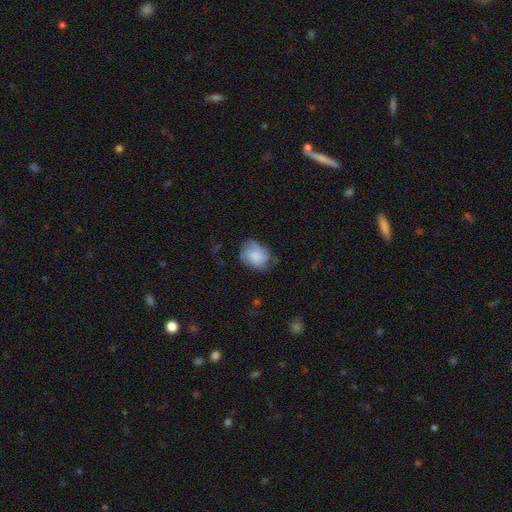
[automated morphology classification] type=smooth (67%); roundness=in between (56%); merging=none (58%).